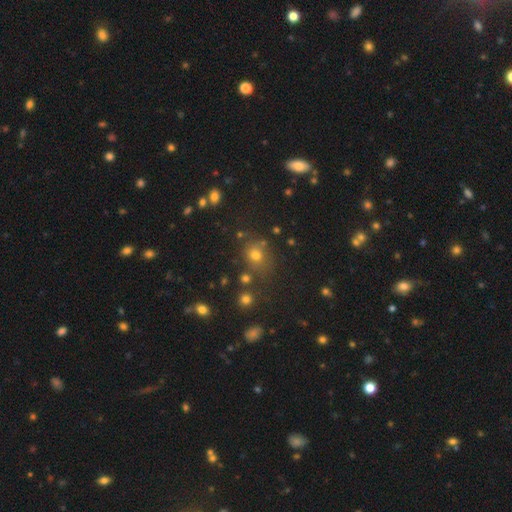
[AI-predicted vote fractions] smooth_or_featured: smooth (p=0.64) [alt: star or artifact p=0.26]
how_rounded: round (p=0.74) [alt: in between p=0.24]
merging: none (p=0.71) [alt: minor disturbance p=0.14]